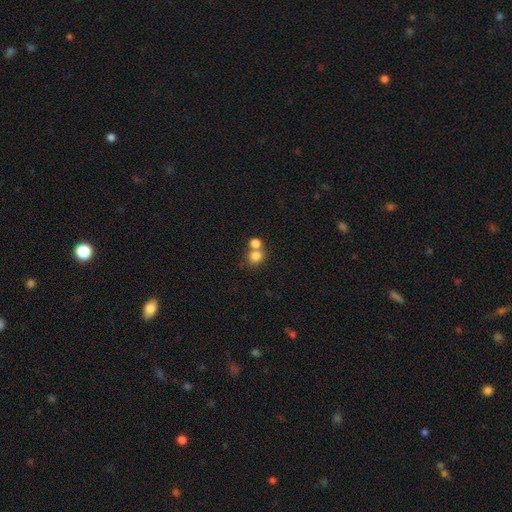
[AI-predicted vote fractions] smooth_or_featured: smooth (p=0.80) [alt: star or artifact p=0.12]
how_rounded: round (p=0.78) [alt: in between p=0.21]
merging: none (p=0.48) [alt: merger p=0.42]